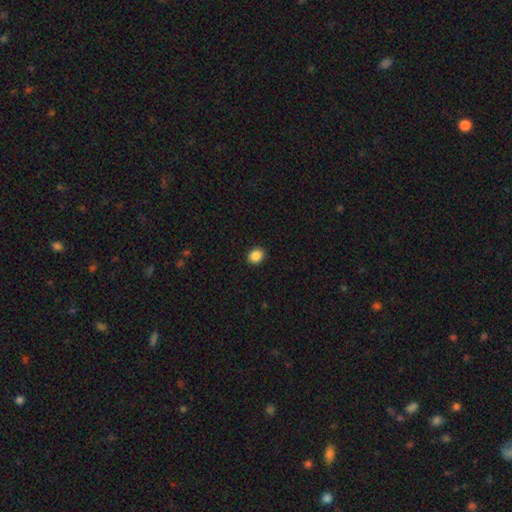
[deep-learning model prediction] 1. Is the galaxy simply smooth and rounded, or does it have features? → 88% smooth, 9% star or artifact, 3% featured or disk.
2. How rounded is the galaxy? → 58% round, 41% in between, 1% cigar-shaped.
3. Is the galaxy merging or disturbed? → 91% none, 6% minor disturbance, 2% major disturbance, 1% merger.